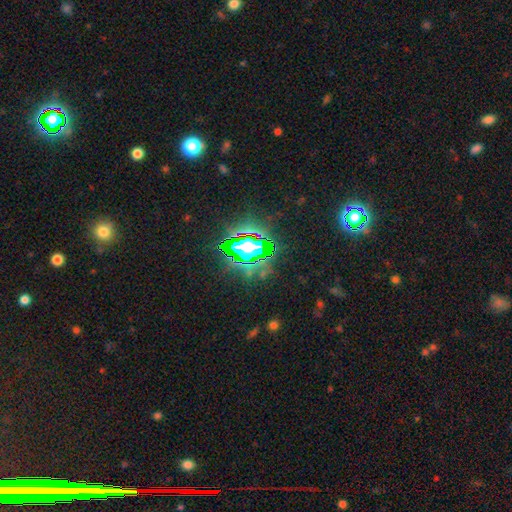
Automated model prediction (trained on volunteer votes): Morphology: type=star or artifact (81%).